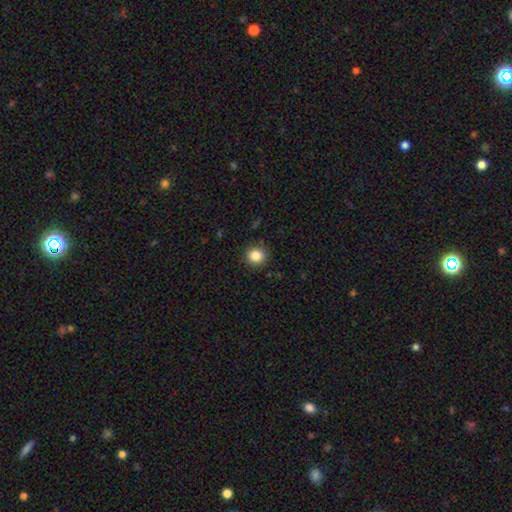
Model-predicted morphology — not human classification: Smooth or featured? Predicted: smooth (p=0.85). How rounded? Predicted: round (p=0.90). Merging? Predicted: none (p=0.90).